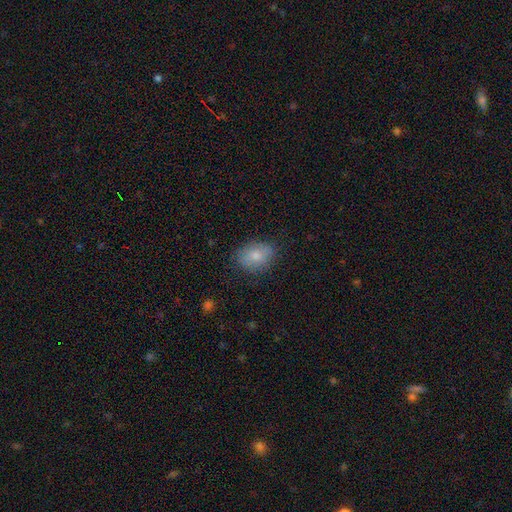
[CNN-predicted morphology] smooth 80%, featured or disk 12%, star or artifact 8%. Down the decision tree: how rounded — in between (67%); merging — none (79%).